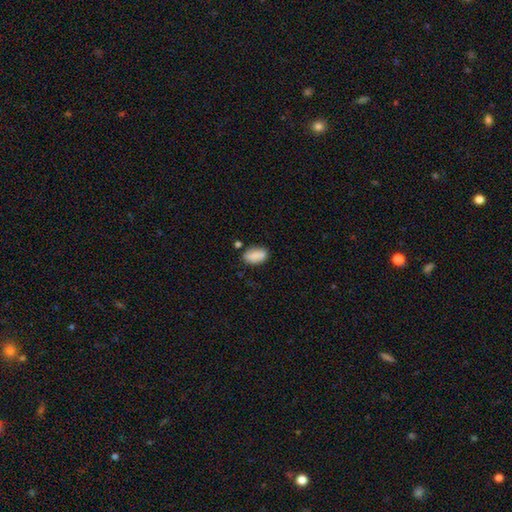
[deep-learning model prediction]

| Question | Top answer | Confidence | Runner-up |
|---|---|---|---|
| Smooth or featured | smooth | 86% | star or artifact (7%) |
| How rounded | in between | 90% | round (5%) |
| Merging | none | 71% | minor disturbance (17%) |